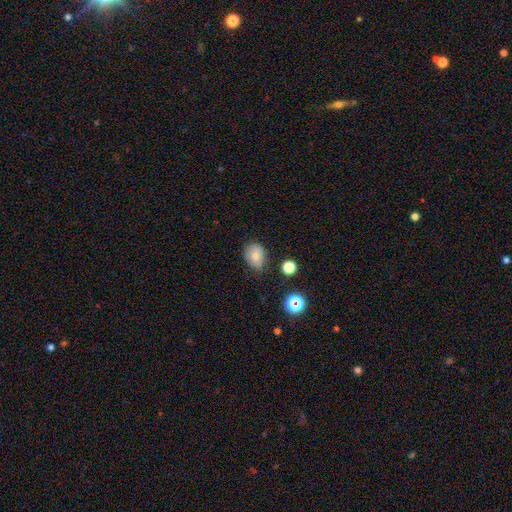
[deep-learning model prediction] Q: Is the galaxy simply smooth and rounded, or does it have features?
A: smooth — 76%.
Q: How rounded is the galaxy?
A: in between — 56%.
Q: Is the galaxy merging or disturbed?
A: none — 66%.